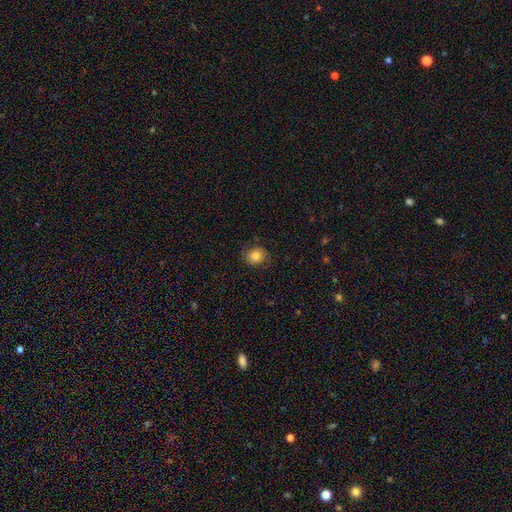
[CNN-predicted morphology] Smooth or featured? Predicted: smooth (p=0.79). How rounded? Predicted: round (p=0.71). Merging? Predicted: none (p=0.80).